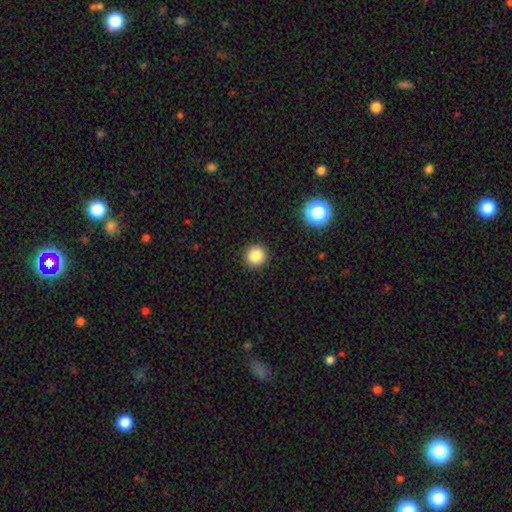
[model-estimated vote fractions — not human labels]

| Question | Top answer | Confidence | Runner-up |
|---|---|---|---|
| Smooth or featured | smooth | 85% | star or artifact (11%) |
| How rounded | round | 94% | in between (5%) |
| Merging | none | 92% | minor disturbance (5%) |